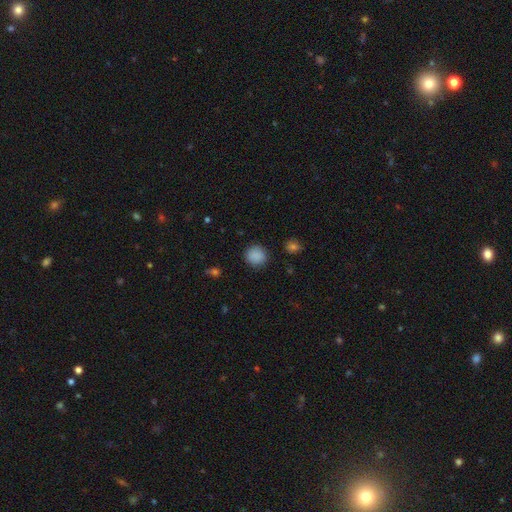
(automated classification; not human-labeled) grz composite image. It shows a smooth galaxy with no disk features (87%) that is round (91%). Merging: none (88%).